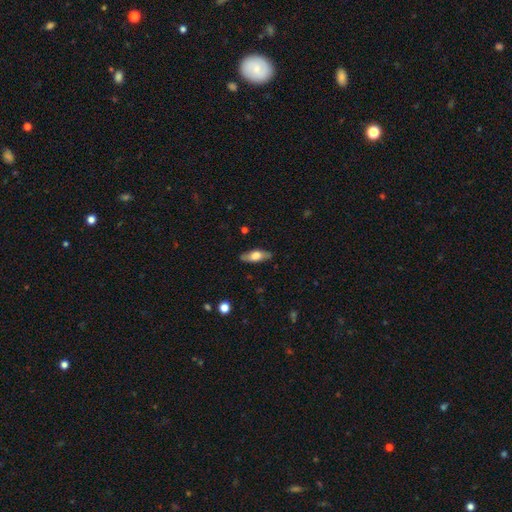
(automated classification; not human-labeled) Smooth or featured? smooth (58%)
How rounded? in between (68%)
Merging? none (83%)